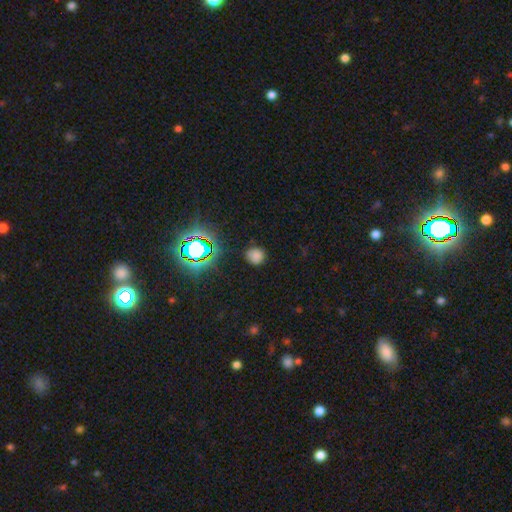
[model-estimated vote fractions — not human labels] smooth-or-featured: smooth: 71% | star or artifact: 23% | featured or disk: 6%
  how-rounded: round: 87% | in between: 12% | cigar-shaped: 1%
  merging: none: 82% | minor disturbance: 13% | major disturbance: 4% | merger: 2%